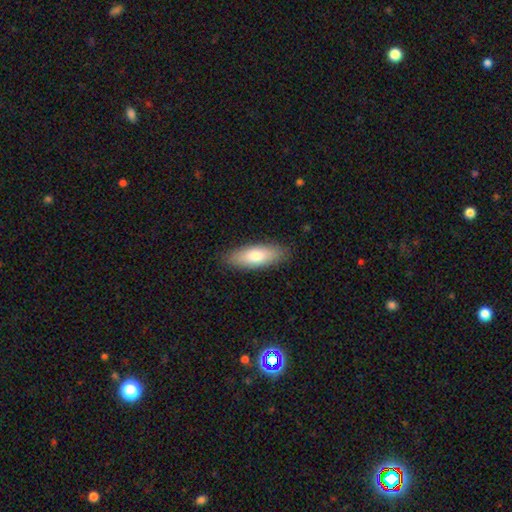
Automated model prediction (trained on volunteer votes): smooth-or-featured: smooth: 77% | featured or disk: 17% | star or artifact: 6%
  how-rounded: in between: 66% | cigar-shaped: 32% | round: 2%
  merging: none: 88% | minor disturbance: 9% | major disturbance: 2% | merger: 1%